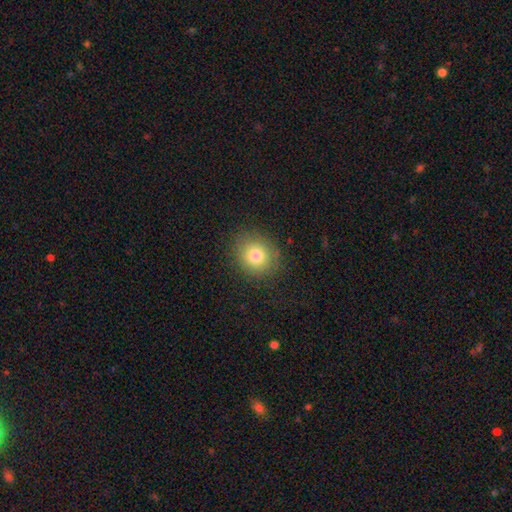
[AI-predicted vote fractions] Overall: smooth (77%). How rounded: round (77%). Merging: none (85%).